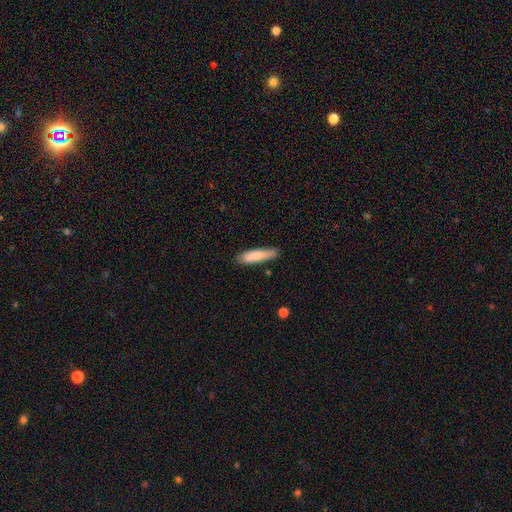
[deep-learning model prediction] Overall: smooth (82%). How rounded: cigar-shaped (76%). Merging: none (78%).